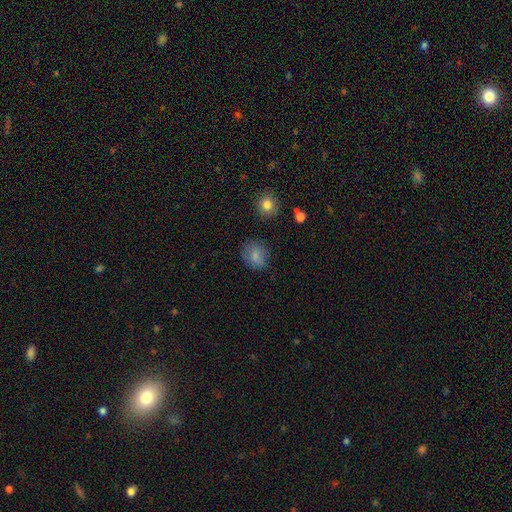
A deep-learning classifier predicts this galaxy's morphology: Overall: smooth (82%). How rounded: round (61%; in between 38%). Merging: none (79%).